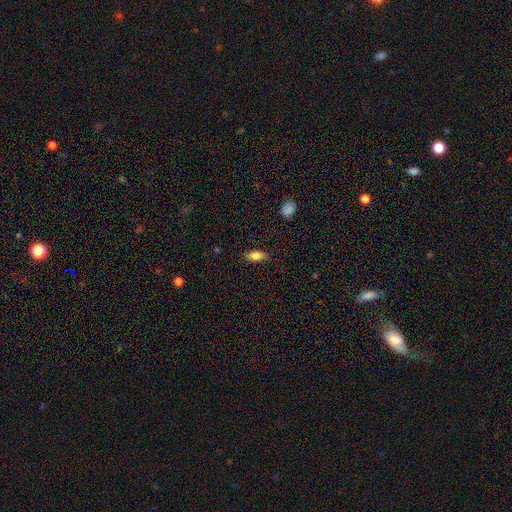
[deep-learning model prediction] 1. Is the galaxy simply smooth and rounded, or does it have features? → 82% smooth, 11% featured or disk, 8% star or artifact.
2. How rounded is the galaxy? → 84% in between, 12% cigar-shaped, 4% round.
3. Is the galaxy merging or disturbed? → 84% none, 12% minor disturbance, 3% major disturbance, 1% merger.